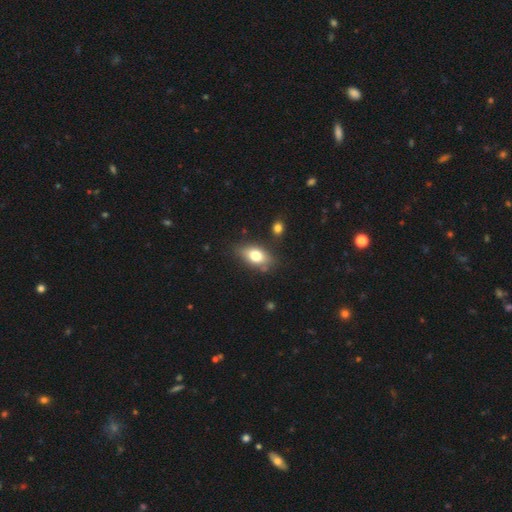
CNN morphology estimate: Smooth or featured? Predicted: smooth (p=0.75). How rounded? Predicted: in between (p=0.85). Merging? Predicted: none (p=0.76).